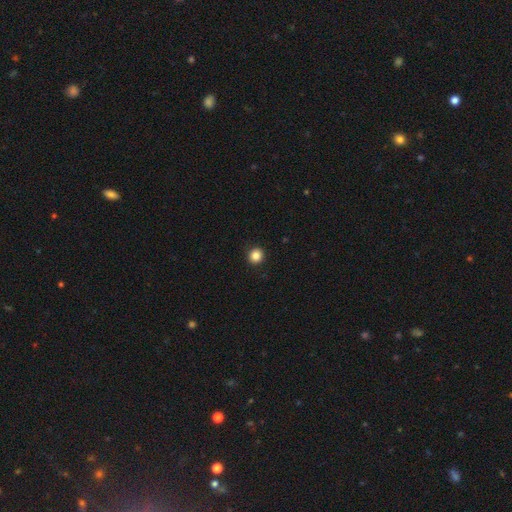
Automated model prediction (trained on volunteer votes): smooth 86%, star or artifact 11%, featured or disk 4%. Down the decision tree: how rounded — round (91%); merging — none (93%).